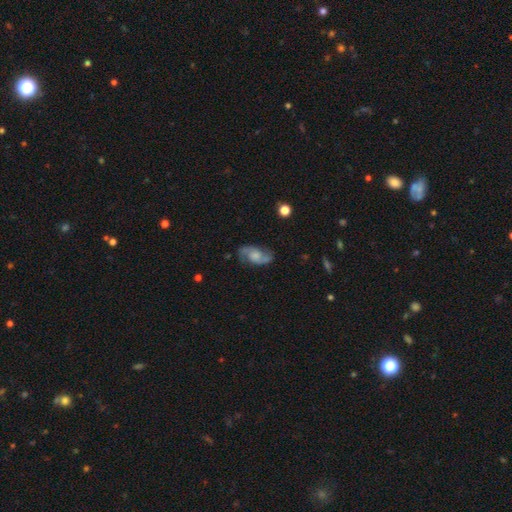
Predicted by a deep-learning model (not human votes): smooth_or_featured: featured or disk (p=0.74) [alt: smooth p=0.20]
disk_edge_on: no (p=0.95) [alt: yes p=0.05]
bar: no (p=0.63) [alt: weak p=0.31]
has_spiral_arms: yes (p=0.93) [alt: no p=0.07]
spiral_winding: medium (p=0.48) [alt: loose p=0.34]
spiral_arm_count: 2 (p=0.89) [alt: can't tell p=0.05]
bulge_size: moderate (p=0.30) [alt: none p=0.24]
merging: none (p=0.74) [alt: minor disturbance p=0.18]